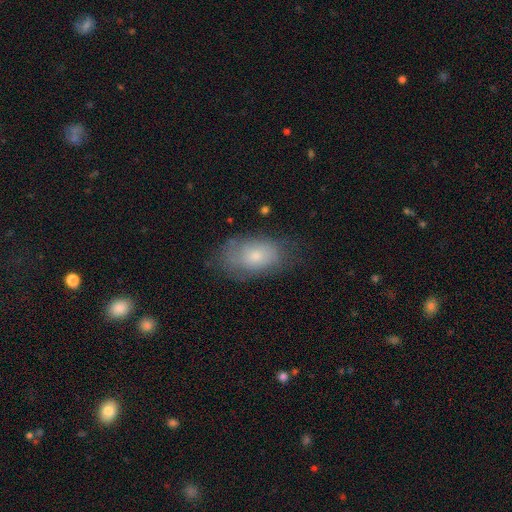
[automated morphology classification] Overall: smooth (67%). How rounded: in between (90%). Merging: none (65%; minor disturbance 25%).